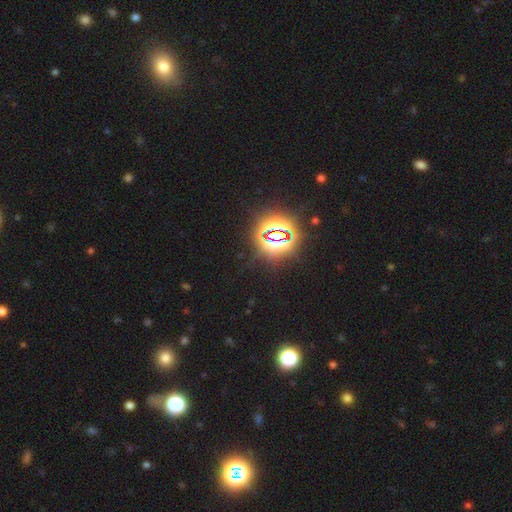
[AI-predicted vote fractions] The model was most divided on "smooth or featured": star or artifact: 79%, smooth: 14%, featured or disk: 7%.